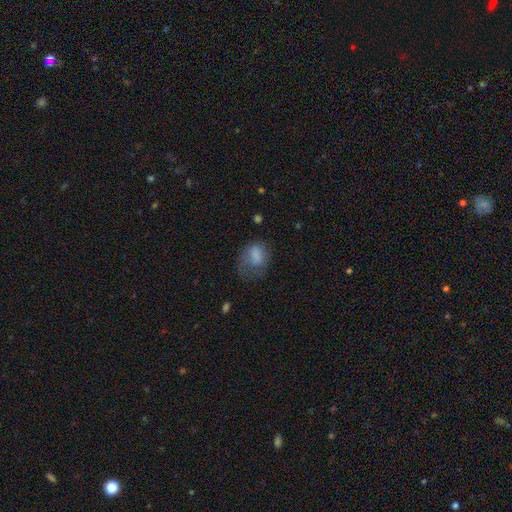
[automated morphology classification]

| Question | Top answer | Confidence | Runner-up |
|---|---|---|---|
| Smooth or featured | smooth | 73% | featured or disk (17%) |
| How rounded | in between | 65% | round (34%) |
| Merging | major disturbance | 36% | none (33%) |